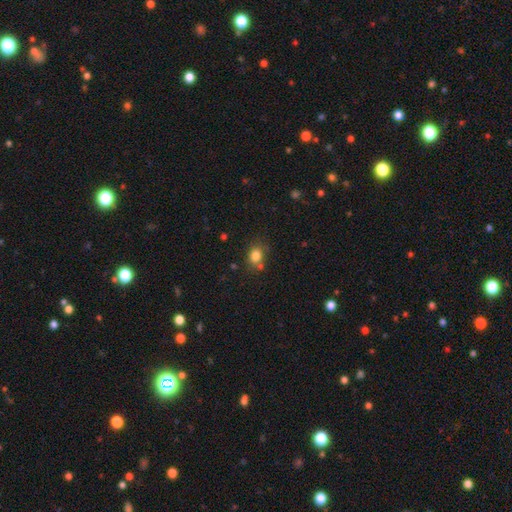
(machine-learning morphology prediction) Smooth or featured?
  - smooth: 81% *
  - star or artifact: 11%
  - featured or disk: 7%
How rounded?
  - round: 54% *
  - in between: 45%
  - cigar-shaped: 1%
Merging?
  - none: 66% *
  - minor disturbance: 16%
  - merger: 13%
  - major disturbance: 5%